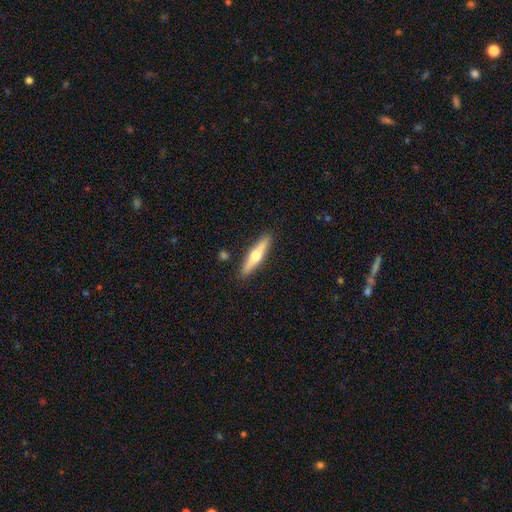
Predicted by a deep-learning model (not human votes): Smooth or featured? Predicted: featured or disk (p=0.51). Edge-on disk? Predicted: yes (p=0.95). Merging? Predicted: none (p=0.89).